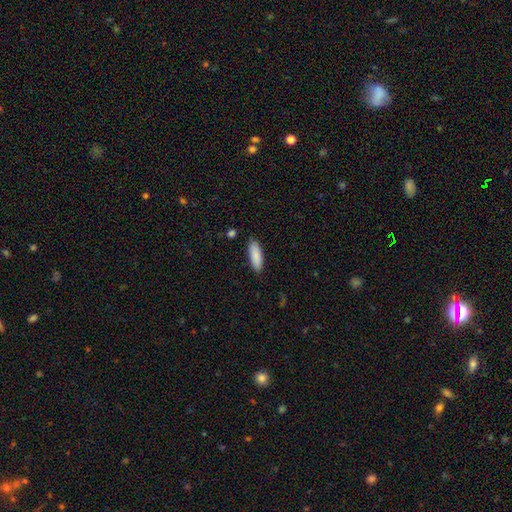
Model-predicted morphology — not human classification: This is clearly a smooth galaxy (89%). How rounded: likely in between (61%). Merging: clearly none (87%).